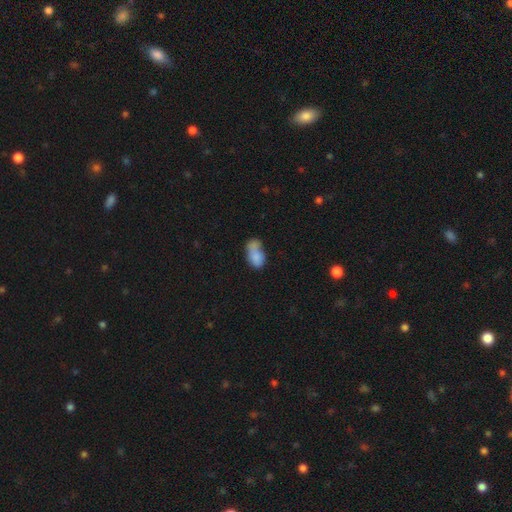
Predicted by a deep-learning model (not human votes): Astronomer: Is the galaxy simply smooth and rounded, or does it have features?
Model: smooth — 77%.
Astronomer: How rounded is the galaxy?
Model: in between — 89%.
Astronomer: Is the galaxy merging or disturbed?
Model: none — 30% (runner-up: merger, 28%).